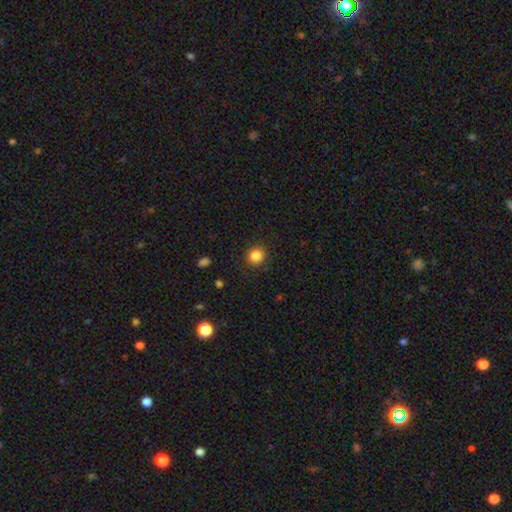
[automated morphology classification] The model was most divided on "smooth or featured": smooth: 85%, star or artifact: 11%, featured or disk: 4%. More confident: merging — none (90%); how rounded — round (89%).